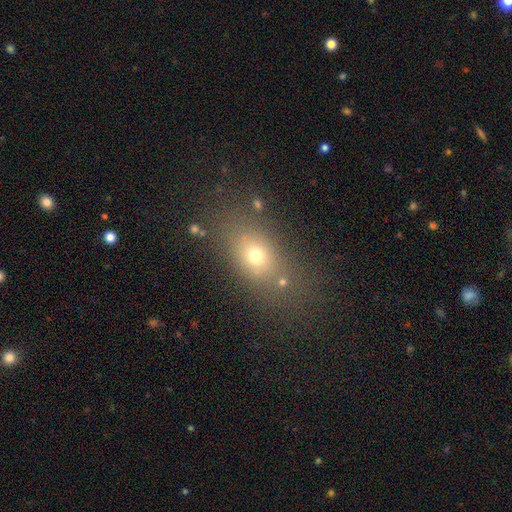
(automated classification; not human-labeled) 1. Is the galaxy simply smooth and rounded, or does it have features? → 65% smooth, 18% star or artifact, 16% featured or disk.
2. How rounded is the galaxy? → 68% in between, 26% round, 6% cigar-shaped.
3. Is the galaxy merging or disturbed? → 70% none, 14% minor disturbance, 8% merger, 8% major disturbance.